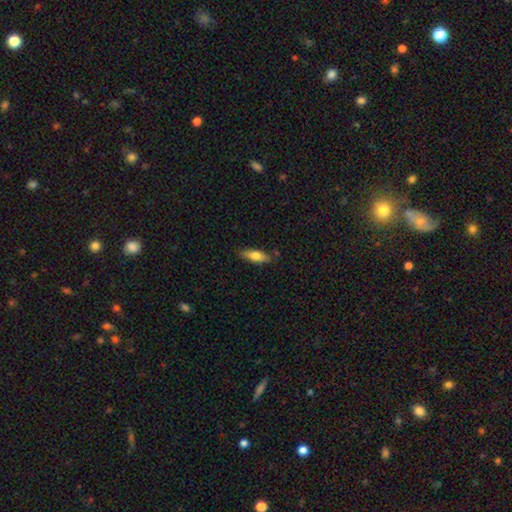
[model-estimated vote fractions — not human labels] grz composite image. It shows a smooth galaxy with no disk features (71%) that is in between round and cigar-shaped (54%). Merging: none (83%).